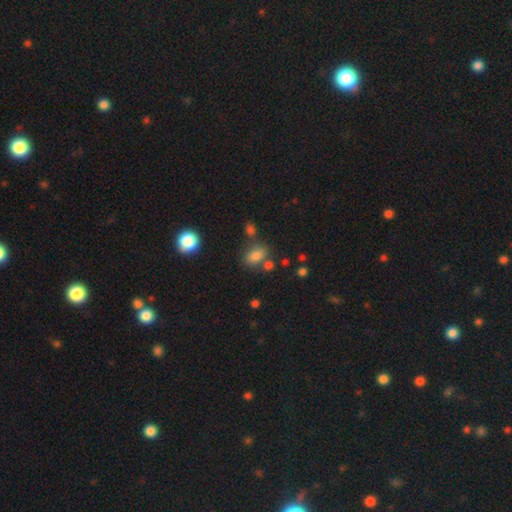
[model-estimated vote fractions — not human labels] The model was most divided on "merging": none: 68%, minor disturbance: 15%, merger: 13%, major disturbance: 5%. More confident: smooth or featured — smooth (80%); how rounded — in between (79%).